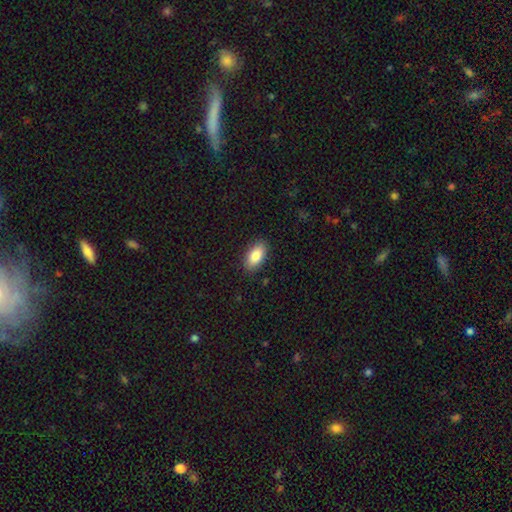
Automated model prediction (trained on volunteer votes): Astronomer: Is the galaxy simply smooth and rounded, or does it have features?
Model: smooth — 86%.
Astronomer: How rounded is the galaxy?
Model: in between — 91%.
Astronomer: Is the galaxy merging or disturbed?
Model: none — 88%.